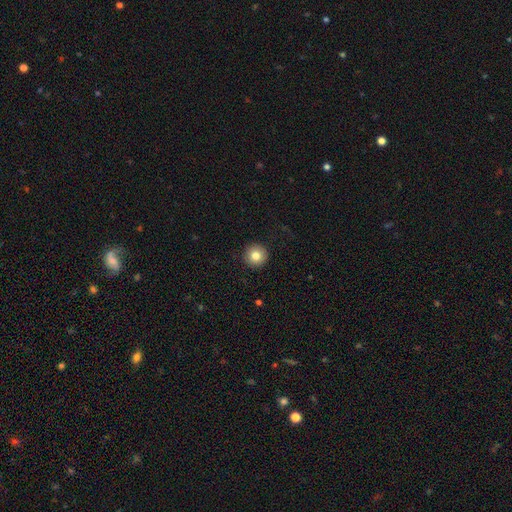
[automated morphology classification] The model was most divided on "smooth or featured": smooth: 82%, star or artifact: 10%, featured or disk: 8%. More confident: how rounded — round (96%); merging — none (93%).